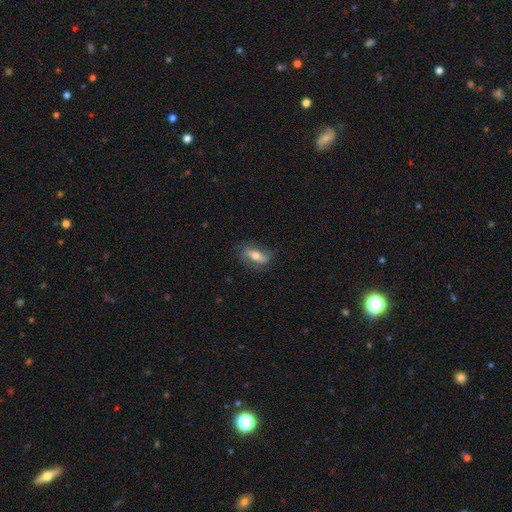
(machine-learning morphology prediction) Smooth or featured?
  - smooth: 52% *
  - featured or disk: 41%
  - star or artifact: 8%
How rounded?
  - in between: 70% *
  - cigar-shaped: 24%
  - round: 6%
Merging?
  - none: 73% *
  - minor disturbance: 19%
  - major disturbance: 6%
  - merger: 1%